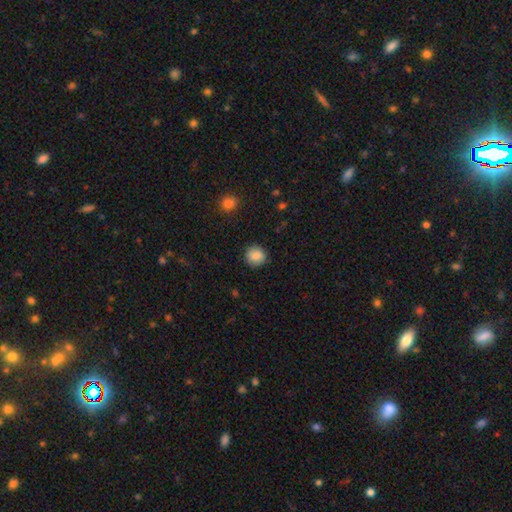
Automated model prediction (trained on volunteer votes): Smooth or featured? smooth (87%)
How rounded? round (92%)
Merging? none (90%)